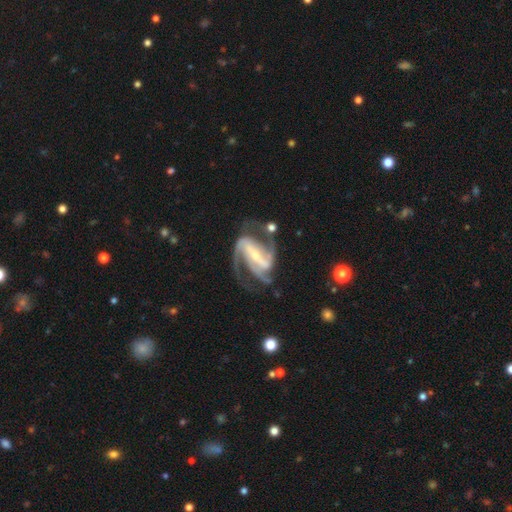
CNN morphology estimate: Smooth or featured? Predicted: featured or disk (p=0.92). Edge-on disk? Predicted: no (p=0.97). Bar? Predicted: strong (p=0.70). Spiral arms? Predicted: yes (p=0.98). Spiral winding? Predicted: medium (p=0.53). Spiral arm count? Predicted: 2 (p=0.45). Bulge size? Predicted: small (p=0.61). Merging? Predicted: none (p=0.56).